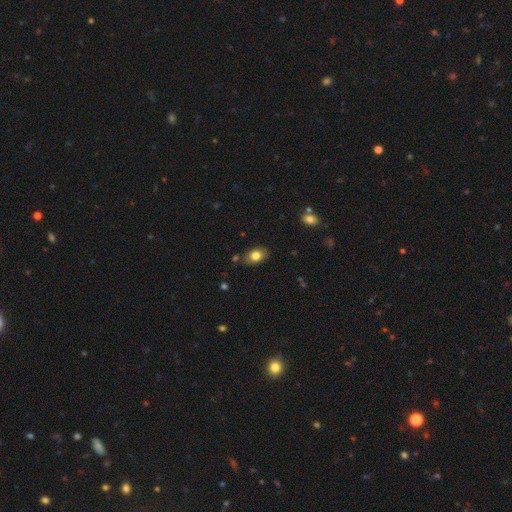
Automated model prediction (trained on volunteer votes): Q: Smooth or featured?
A: smooth (80%); runner-up: featured or disk (11%)
Q: How rounded?
A: in between (76%); runner-up: round (22%)
Q: Merging?
A: none (80%); runner-up: minor disturbance (14%)